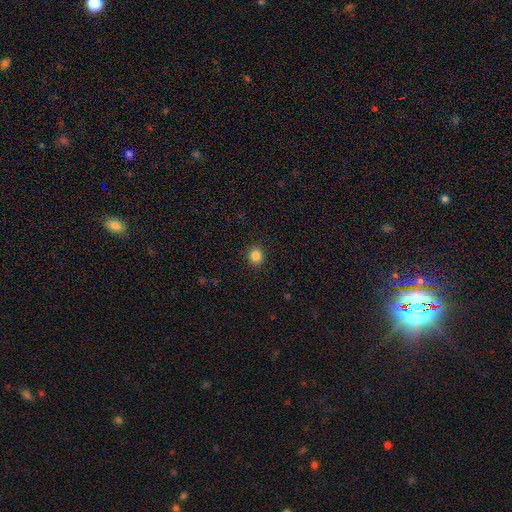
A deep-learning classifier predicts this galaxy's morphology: smooth-or-featured: smooth: 84% | star or artifact: 11% | featured or disk: 4%
  how-rounded: round: 85% | in between: 14% | cigar-shaped: 1%
  merging: none: 91% | minor disturbance: 6% | major disturbance: 2% | merger: 1%